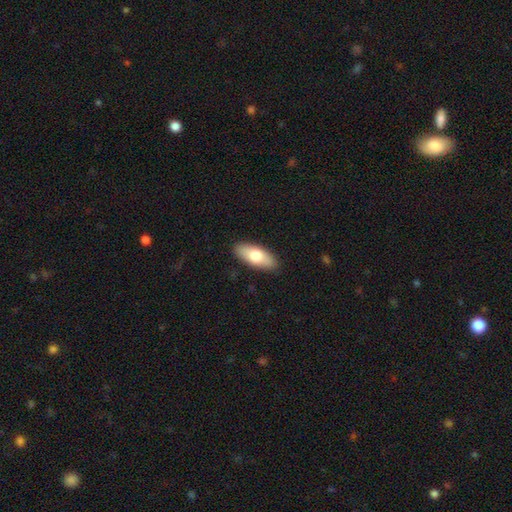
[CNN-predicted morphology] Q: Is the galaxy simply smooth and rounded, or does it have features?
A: smooth — 73%.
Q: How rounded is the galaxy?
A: in between — 81%.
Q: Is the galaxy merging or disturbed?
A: none — 89%.